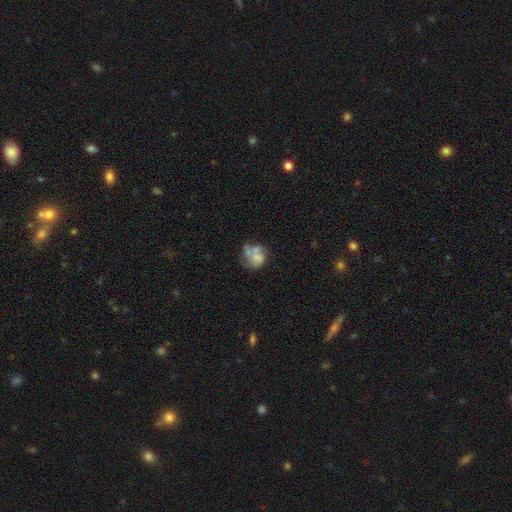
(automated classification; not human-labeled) A smooth galaxy with no disk features (46%). Merging: merger (31%).